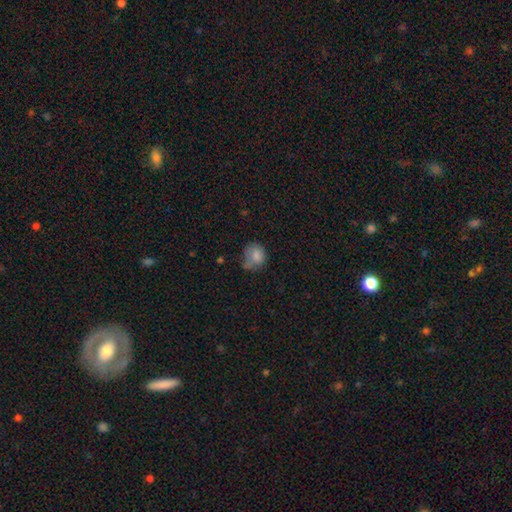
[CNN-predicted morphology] Overall: smooth (80%). How rounded: round (68%; in between 31%). Merging: none (45%; minor disturbance 33%).